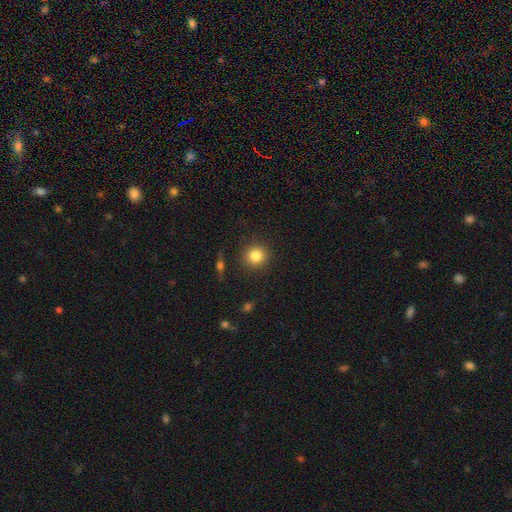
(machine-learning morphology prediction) Smooth or featured?
  - smooth: 82% *
  - star or artifact: 11%
  - featured or disk: 7%
How rounded?
  - round: 92% *
  - in between: 7%
  - cigar-shaped: 1%
Merging?
  - none: 89% *
  - minor disturbance: 7%
  - major disturbance: 2%
  - merger: 2%